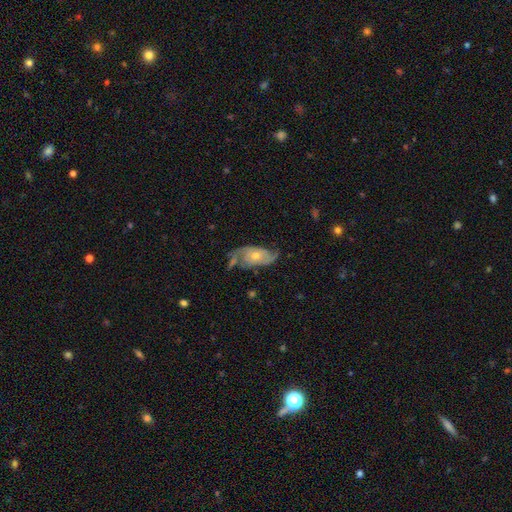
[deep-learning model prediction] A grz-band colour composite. It shows a featured or disk galaxy (80%) with no bar (74%), 2 (80%) medium (42%) spiral arms (92%) and a moderate central bulge (50%). Merging: none (61%).